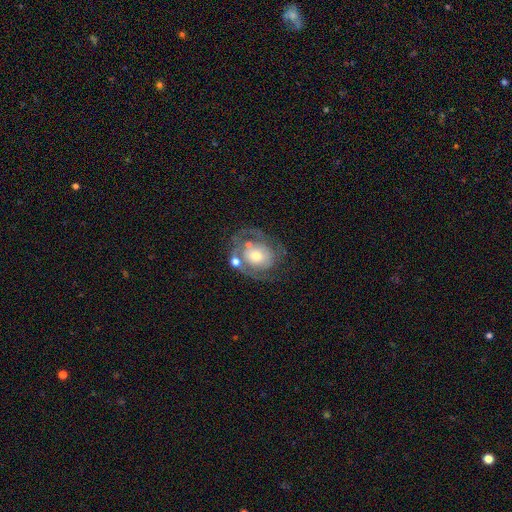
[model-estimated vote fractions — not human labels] A featured or disk galaxy (74%) with no bar (78%), 2 (52%) tight (55%) spiral arms (81%) and a moderate central bulge (54%).

Vote fractions:
- Smooth or featured? featured or disk: 74% / smooth: 20% / star or artifact: 7%
- Edge-on disk? no: 97% / yes: 3%
- Bar? no: 78% / weak: 18% / strong: 5%
- Spiral arms? yes: 81% / no: 19%
- Spiral winding? tight: 55% / medium: 33% / loose: 12%
- Spiral arm count? 2: 52% / can't tell: 25% / 1: 10% / 3: 7% / 4: 2% / more than 4: 2%
- Bulge size? moderate: 54% / small: 28% / large: 14% / none: 2% / dominant: 2%
- Merging? none: 53% / minor disturbance: 19% / major disturbance: 16% / merger: 13%